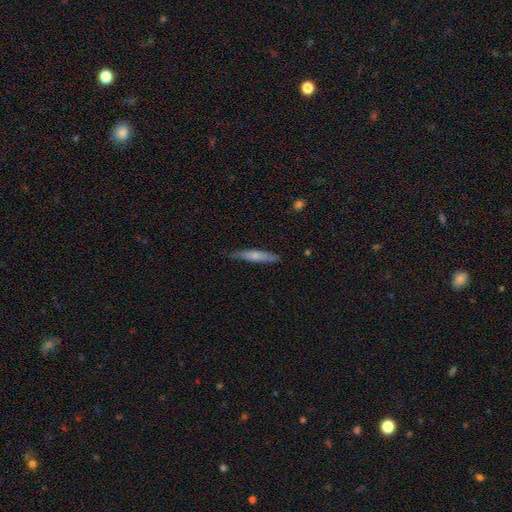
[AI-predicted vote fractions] A smooth galaxy with no disk features (62%) that is cigar-shaped (91%). Merging: none (81%).